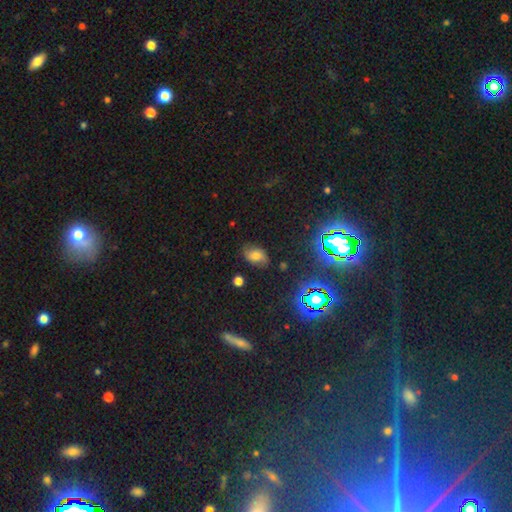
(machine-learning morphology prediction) A smooth galaxy with no disk features (51%) that is in between round and cigar-shaped (83%).

Vote fractions:
- Smooth or featured? smooth: 51% / featured or disk: 28% / star or artifact: 21%
- How rounded? in between: 83% / round: 16% / cigar-shaped: 2%
- Merging? none: 73% / minor disturbance: 20% / major disturbance: 6% / merger: 2%